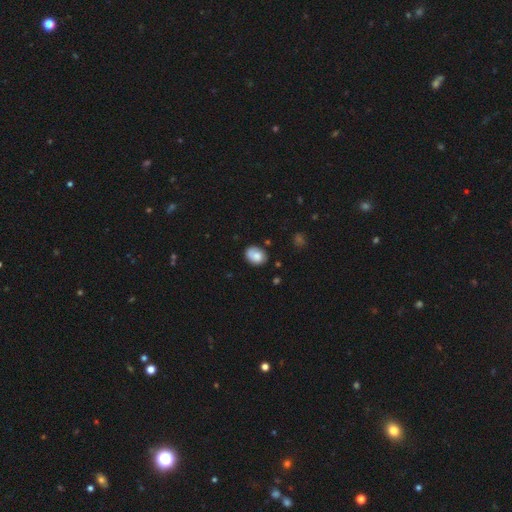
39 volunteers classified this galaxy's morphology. smooth 72%, featured or disk 21%, star or artifact 8%. Down the decision tree: how rounded — in between (50%); merging — none (47%).